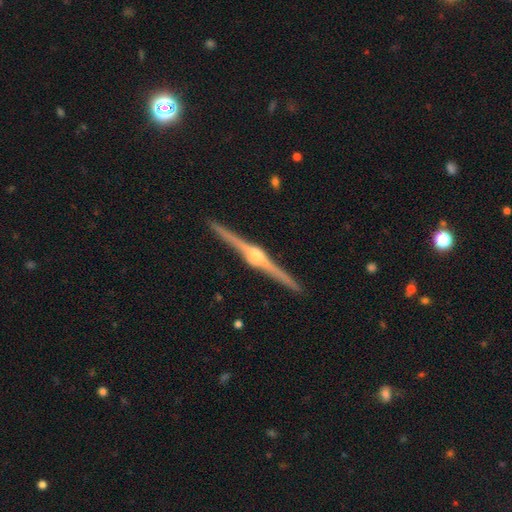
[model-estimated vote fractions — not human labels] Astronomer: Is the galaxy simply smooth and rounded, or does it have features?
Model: featured or disk — 90%.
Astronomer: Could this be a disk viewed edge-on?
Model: yes — 99%.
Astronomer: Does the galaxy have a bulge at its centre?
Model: rounded — 93%.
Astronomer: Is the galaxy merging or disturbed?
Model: none — 93%.